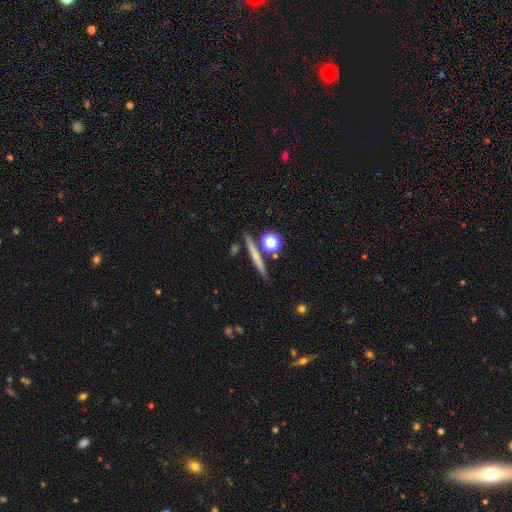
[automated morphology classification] smooth-or-featured: smooth: 56% | featured or disk: 35% | star or artifact: 9%
  how-rounded: cigar-shaped: 85% | round: 9% | in between: 6%
  merging: none: 82% | minor disturbance: 8% | merger: 8% | major disturbance: 2%